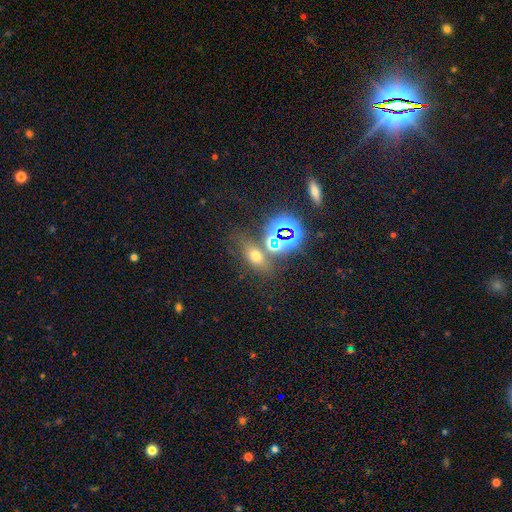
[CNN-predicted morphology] Smooth or featured? smooth (53%)
How rounded? in between (72%)
Merging? none (67%)